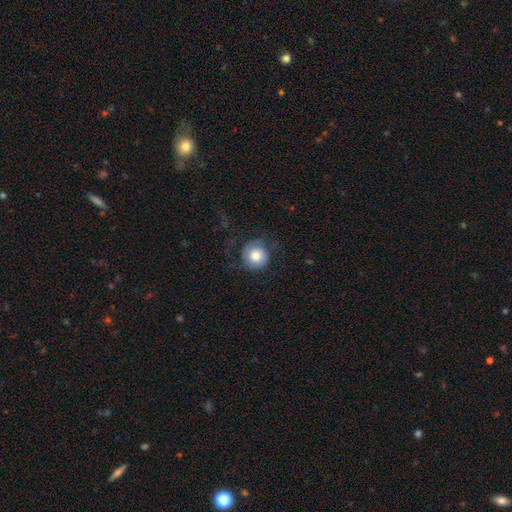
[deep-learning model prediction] smooth 69%, featured or disk 23%, star or artifact 8%. Down the decision tree: how rounded — round (93%); merging — none (67%).